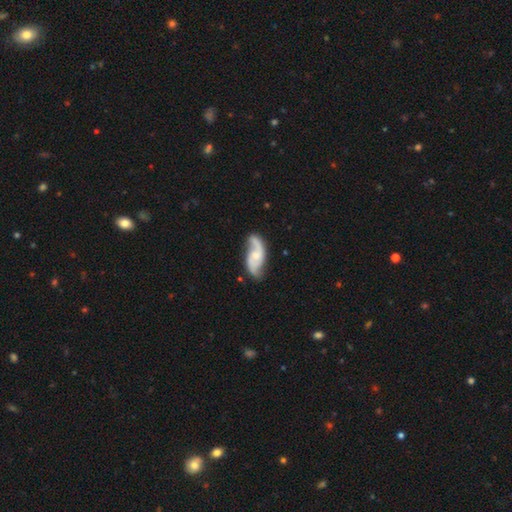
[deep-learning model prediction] This is clearly a featured or disk galaxy (82%). It is clearly not viewed edge-on (96%). Bar: possibly no (54%). Spiral arm pattern: clearly yes (96%). Spiral arm count: clearly 2 (90%). Spiral winding: possibly loose (45%). Central bulge: possibly small (51%). Merging: likely none (71%).